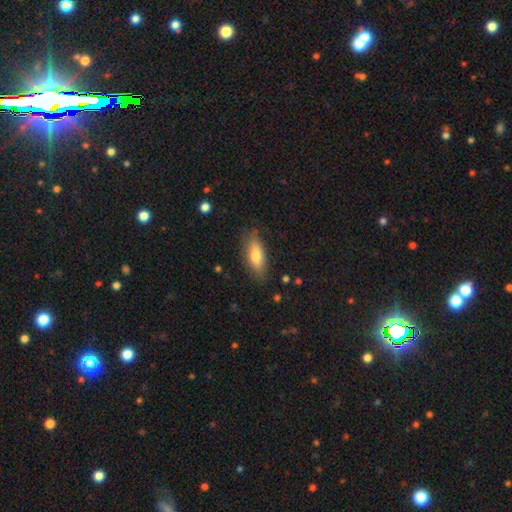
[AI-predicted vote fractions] Smooth or featured?
  - smooth: 73% *
  - featured or disk: 21%
  - star or artifact: 7%
How rounded?
  - in between: 70% *
  - cigar-shaped: 27%
  - round: 3%
Merging?
  - none: 82% *
  - minor disturbance: 14%
  - major disturbance: 3%
  - merger: 1%